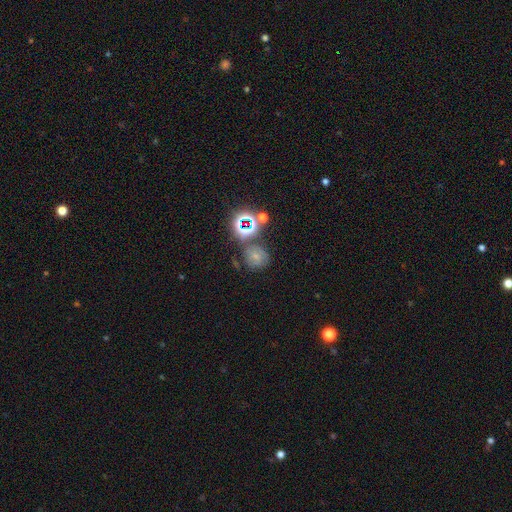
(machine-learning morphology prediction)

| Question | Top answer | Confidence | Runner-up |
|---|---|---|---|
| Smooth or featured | smooth | 38% | featured or disk (33%) |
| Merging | none | 64% | minor disturbance (17%) |